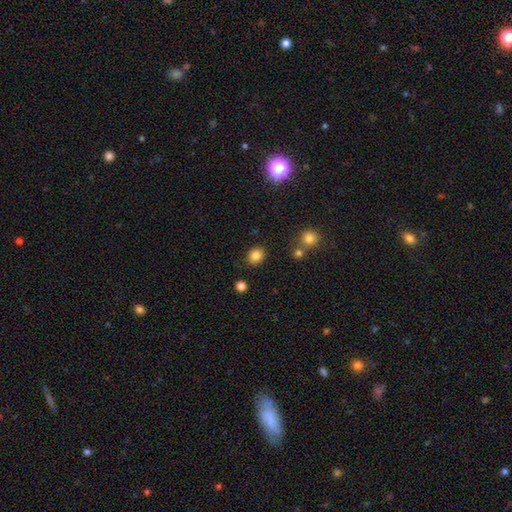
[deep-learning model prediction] A smooth galaxy with no disk features (84%) that is round (63%). Merging: none (85%).